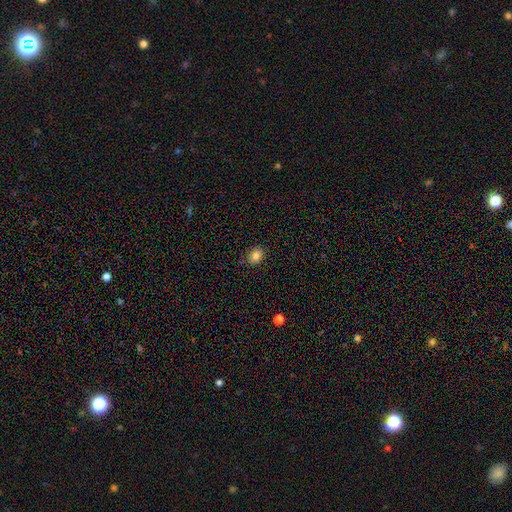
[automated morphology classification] Overall: smooth (82%). How rounded: round (51%; in between 48%). Merging: none (83%).